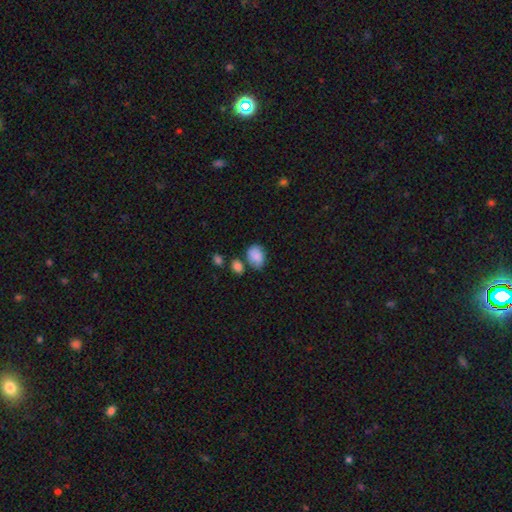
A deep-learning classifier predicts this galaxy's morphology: A smooth galaxy with no disk features (83%) that is in between round and cigar-shaped (71%). Merging: none (56%).